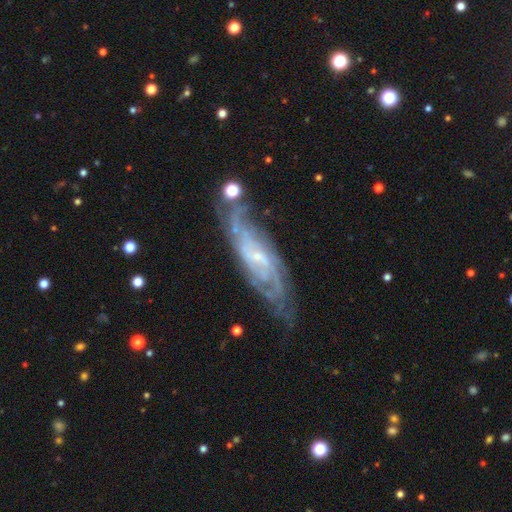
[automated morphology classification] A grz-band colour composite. It shows a featured or disk galaxy (84%) with a weak bar (44%), tight (51%) spiral arms (95%) and a small central bulge (73%). Merging: none (67%).